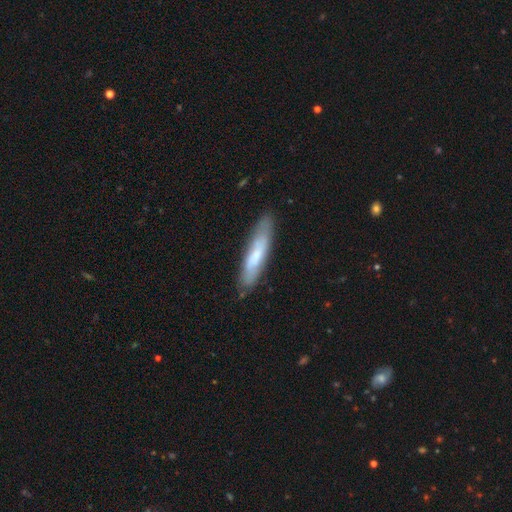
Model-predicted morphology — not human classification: smooth_or_featured: smooth (p=0.61) [alt: featured or disk p=0.33]
how_rounded: cigar-shaped (p=0.81) [alt: in between p=0.18]
merging: none (p=0.82) [alt: minor disturbance p=0.14]